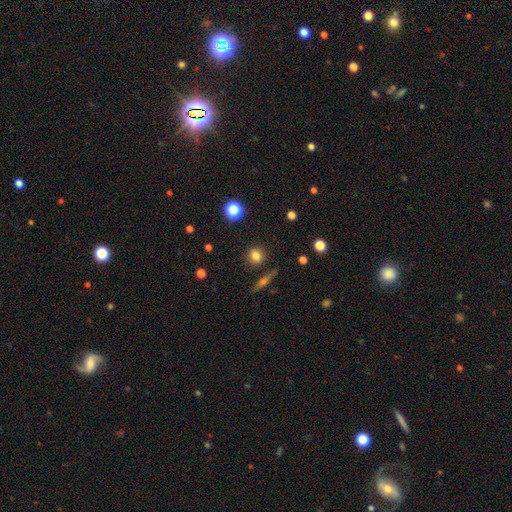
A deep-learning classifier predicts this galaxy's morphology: Smooth or featured? Predicted: smooth (p=0.78). How rounded? Predicted: round (p=0.82). Merging? Predicted: none (p=0.86).